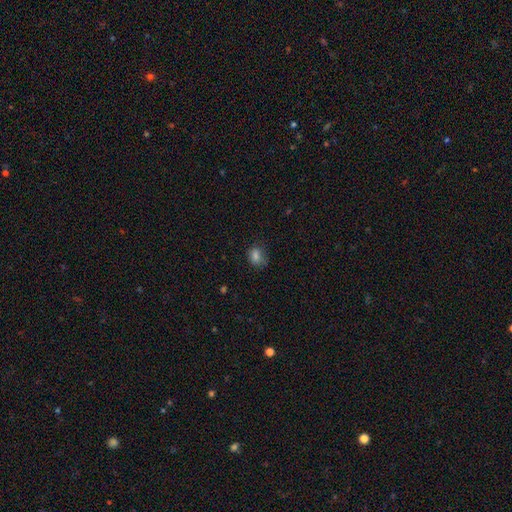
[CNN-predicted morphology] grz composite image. It shows a smooth galaxy with no disk features (81%) that is in between round and cigar-shaped (52%). Merging: none (62%).